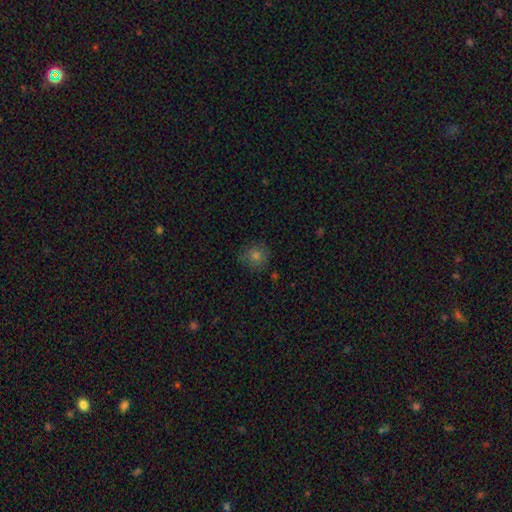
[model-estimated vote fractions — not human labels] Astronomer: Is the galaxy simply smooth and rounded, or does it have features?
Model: smooth — 72%.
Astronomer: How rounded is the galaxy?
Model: round — 90%.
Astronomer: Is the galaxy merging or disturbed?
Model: none — 80%.